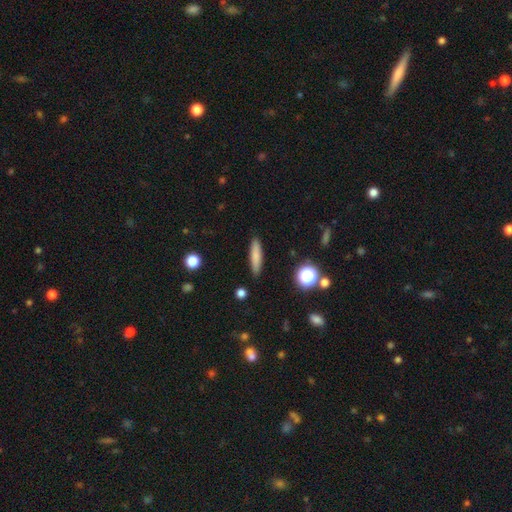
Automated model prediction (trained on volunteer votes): A smooth galaxy with no disk features (79%) that is cigar-shaped (82%).

Vote fractions:
- Smooth or featured? smooth: 79% / featured or disk: 13% / star or artifact: 8%
- How rounded? cigar-shaped: 82% / in between: 15% / round: 2%
- Merging? none: 89% / minor disturbance: 7% / major disturbance: 2% / merger: 1%